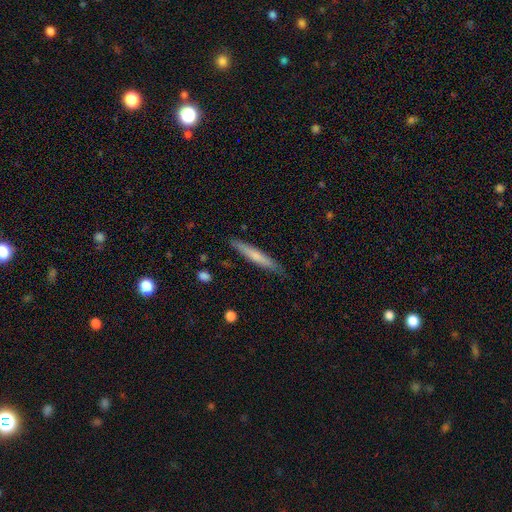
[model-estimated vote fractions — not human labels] A smooth galaxy with no disk features (60%) that is cigar-shaped (94%).

Vote fractions:
- Smooth or featured? smooth: 60% / featured or disk: 34% / star or artifact: 6%
- How rounded? cigar-shaped: 94% / in between: 4% / round: 1%
- Merging? none: 85% / minor disturbance: 12% / major disturbance: 2% / merger: 1%